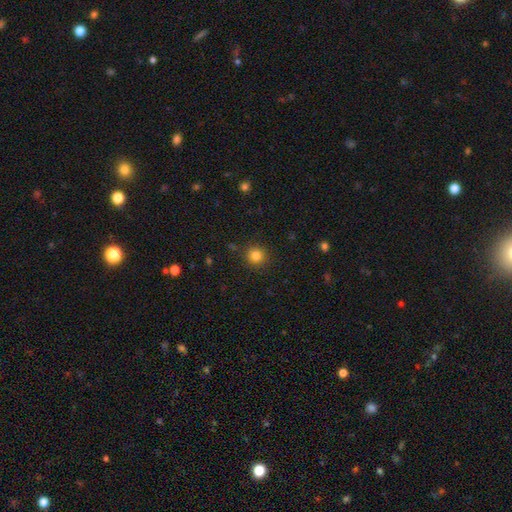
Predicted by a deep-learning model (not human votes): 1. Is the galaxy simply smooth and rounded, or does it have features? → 83% smooth, 12% star or artifact, 5% featured or disk.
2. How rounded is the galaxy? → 93% round, 6% in between, 1% cigar-shaped.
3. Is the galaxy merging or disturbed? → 89% none, 7% minor disturbance, 2% major disturbance, 1% merger.